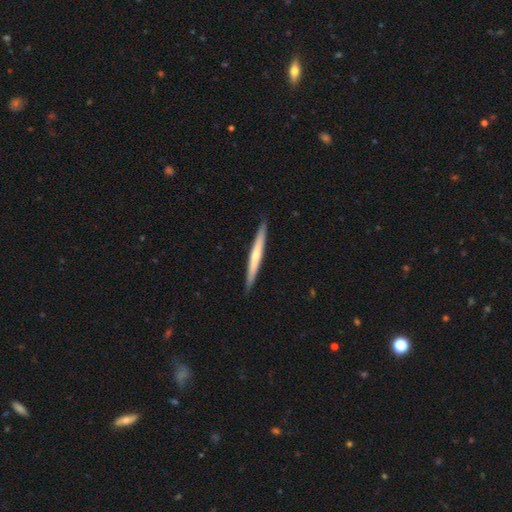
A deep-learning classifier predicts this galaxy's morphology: Smooth or featured?
  - smooth: 49% *
  - featured or disk: 46%
  - star or artifact: 5%
Merging?
  - none: 90% *
  - minor disturbance: 8%
  - major disturbance: 1%
  - merger: 1%